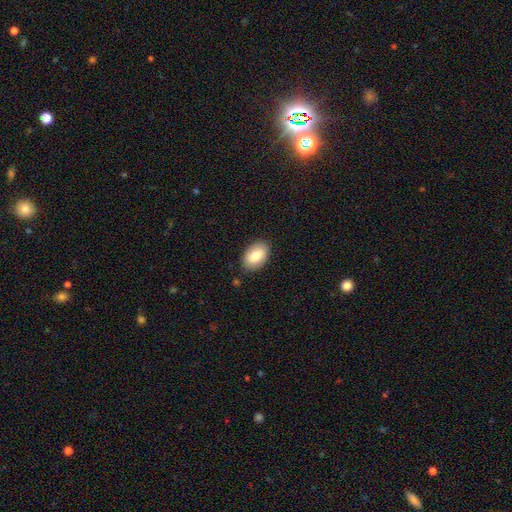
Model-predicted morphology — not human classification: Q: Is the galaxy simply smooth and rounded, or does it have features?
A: smooth — 81%.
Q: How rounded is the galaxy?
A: in between — 91%.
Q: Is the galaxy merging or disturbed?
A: none — 86%.